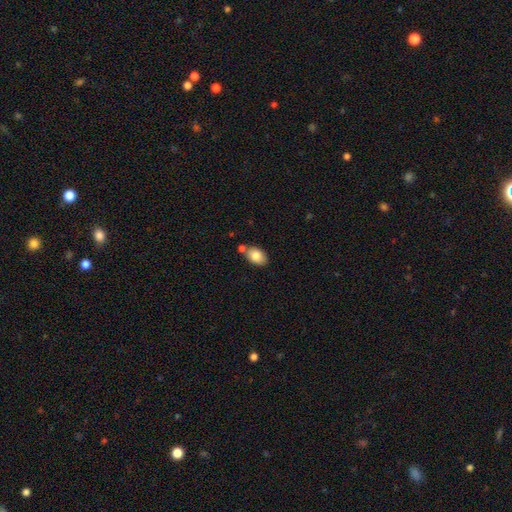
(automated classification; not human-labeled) Smooth or featured? Predicted: smooth (p=0.83). How rounded? Predicted: in between (p=0.85). Merging? Predicted: none (p=0.66).